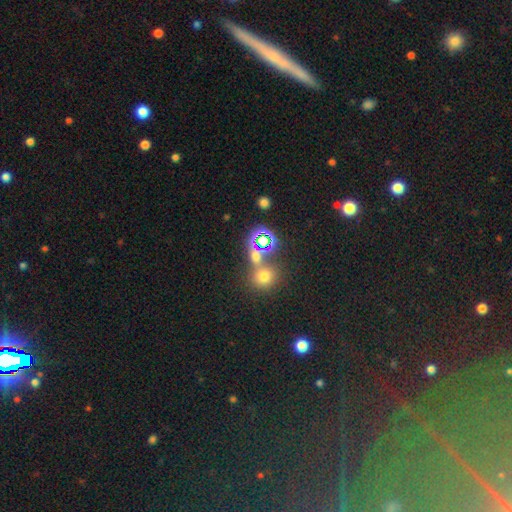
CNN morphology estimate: Smooth or featured? smooth (49%)
Merging? none (56%)